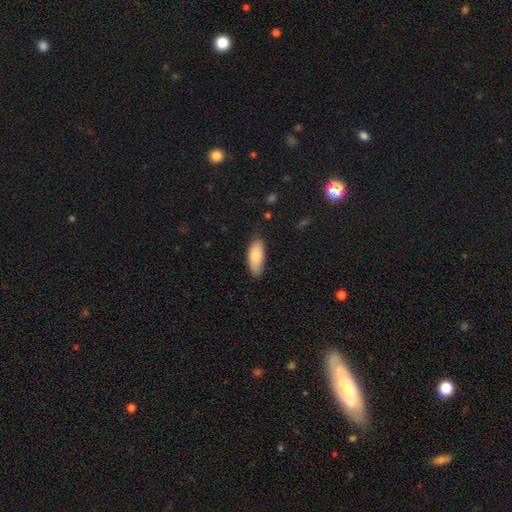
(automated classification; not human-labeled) smooth-or-featured: smooth: 81% | featured or disk: 13% | star or artifact: 6%
  how-rounded: in between: 81% | cigar-shaped: 17% | round: 2%
  merging: none: 79% | minor disturbance: 17% | major disturbance: 3% | merger: 1%